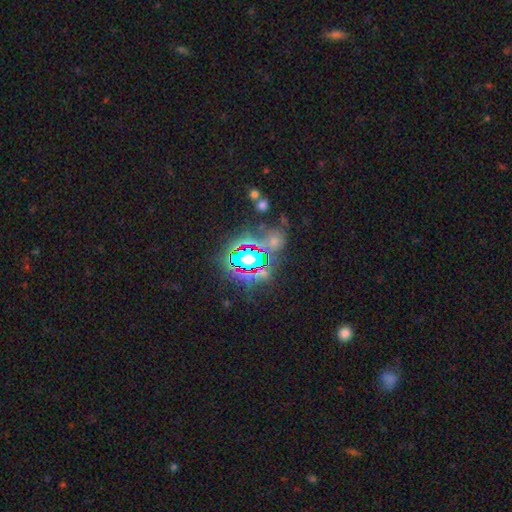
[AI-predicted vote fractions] Morphology: type=star or artifact (82%).